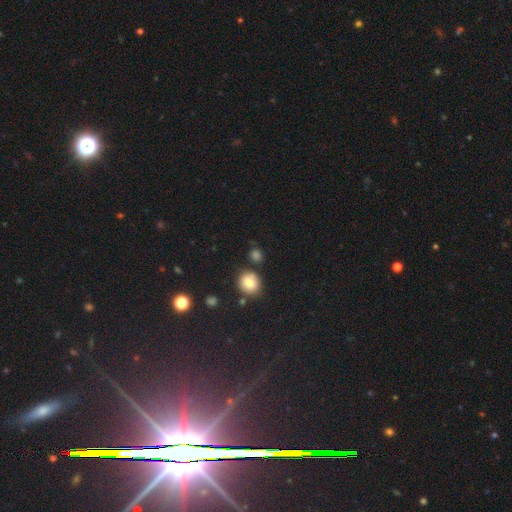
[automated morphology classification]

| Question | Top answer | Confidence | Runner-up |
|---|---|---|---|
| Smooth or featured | smooth | 73% | star or artifact (19%) |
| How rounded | round | 81% | in between (17%) |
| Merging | none | 78% | minor disturbance (10%) |